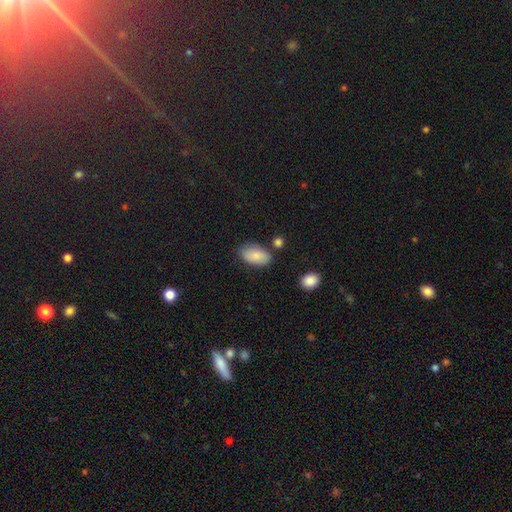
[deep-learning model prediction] Morphology: type=smooth (83%); roundness=in between (93%); merging=none (74%).